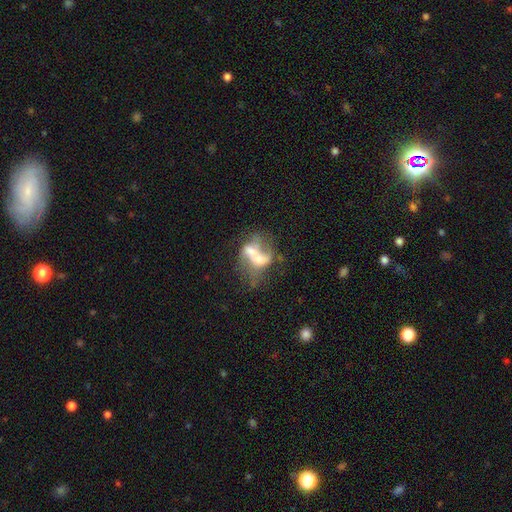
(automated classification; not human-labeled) A featured or disk galaxy (59%) with no bar (70%), no spiral arms (74%) and a moderate central bulge (36%).

Vote fractions:
- Smooth or featured? featured or disk: 59% / smooth: 30% / star or artifact: 11%
- Edge-on disk? no: 97% / yes: 3%
- Bar? no: 70% / weak: 19% / strong: 10%
- Spiral arms? no: 74% / yes: 26%
- Bulge size? moderate: 36% / none: 26% / small: 19% / large: 16% / dominant: 4%
- Merging? merger: 52% / major disturbance: 22% / none: 17% / minor disturbance: 9%